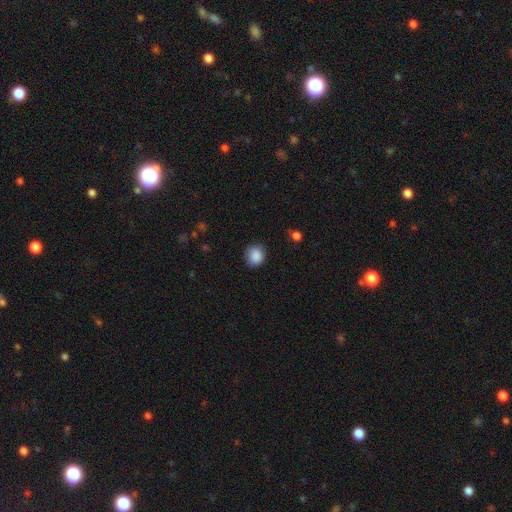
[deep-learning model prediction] Smooth or featured?
  - smooth: 88% *
  - star or artifact: 8%
  - featured or disk: 4%
How rounded?
  - round: 75% *
  - in between: 24%
  - cigar-shaped: 1%
Merging?
  - none: 80% *
  - minor disturbance: 15%
  - major disturbance: 3%
  - merger: 1%